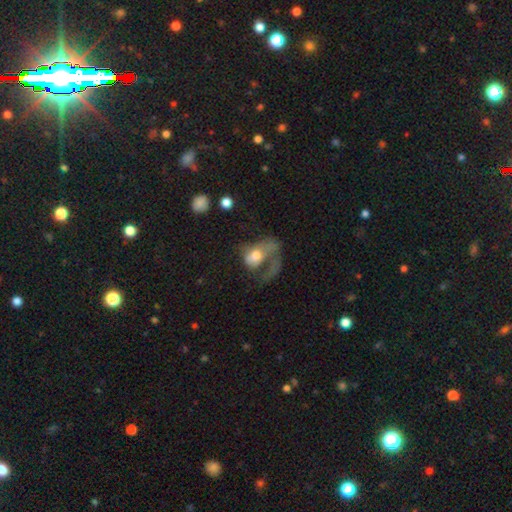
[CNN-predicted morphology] Smooth or featured? smooth (50%)
How rounded? in between (69%)
Merging? major disturbance (70%)